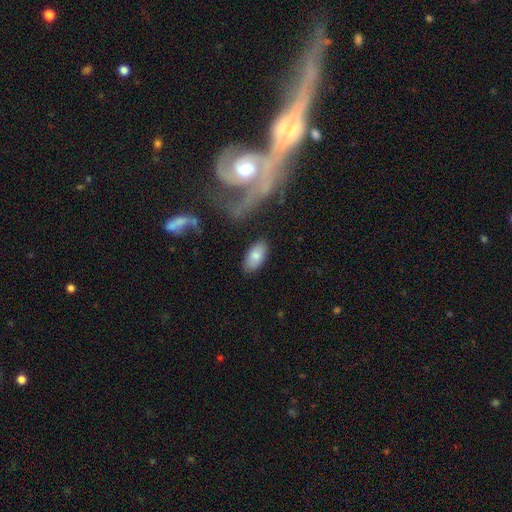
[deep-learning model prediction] smooth_or_featured: smooth (p=0.78) [alt: featured or disk p=0.15]
how_rounded: in between (p=0.94) [alt: cigar-shaped p=0.03]
merging: none (p=0.82) [alt: minor disturbance p=0.11]